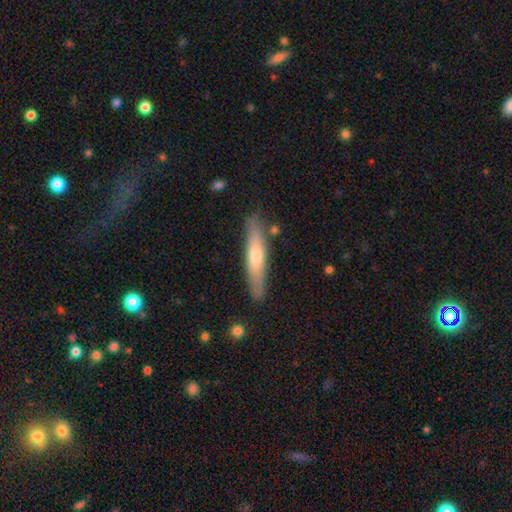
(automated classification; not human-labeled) Overall: smooth (53%; featured or disk 41%). How rounded: cigar-shaped (88%). Merging: none (85%).